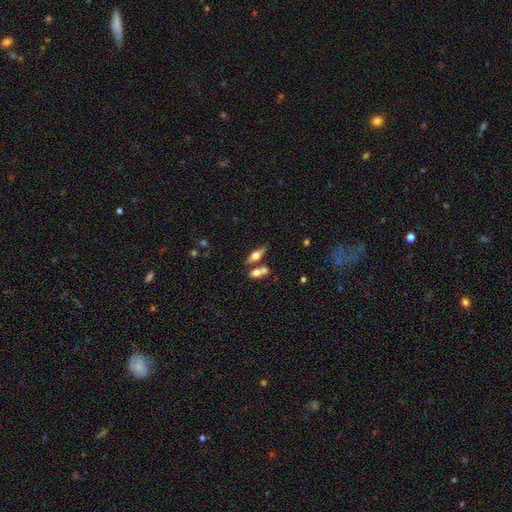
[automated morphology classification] This appears to be a featured or disk galaxy (48%). Merging: none (54%).